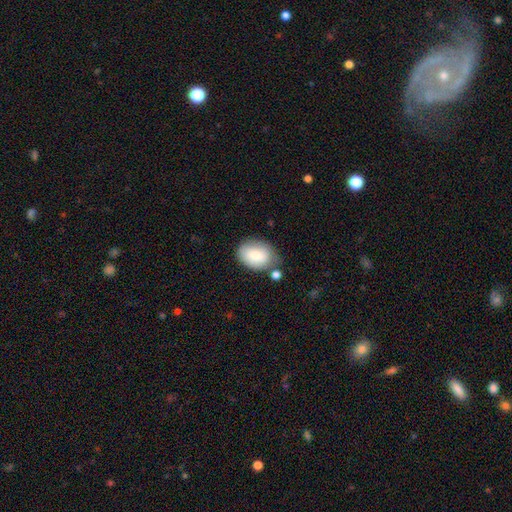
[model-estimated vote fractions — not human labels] A smooth galaxy with no disk features (82%) that is in between round and cigar-shaped (80%).

Vote fractions:
- Smooth or featured? smooth: 82% / featured or disk: 11% / star or artifact: 7%
- How rounded? in between: 80% / round: 19% / cigar-shaped: 1%
- Merging? none: 62% / minor disturbance: 22% / merger: 10% / major disturbance: 6%